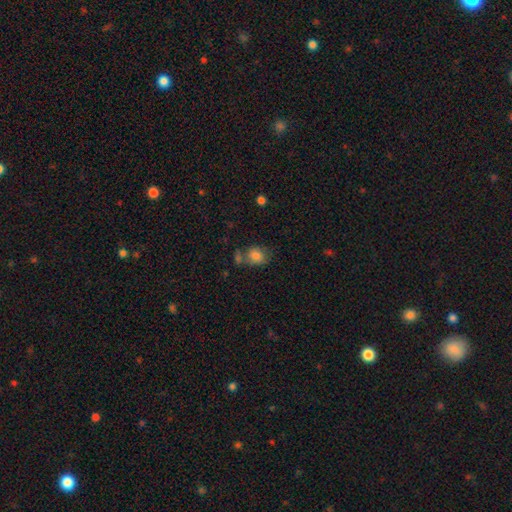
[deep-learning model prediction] smooth 81%, featured or disk 9%, star or artifact 9%. Down the decision tree: how rounded — round (54%); merging — none (49%).